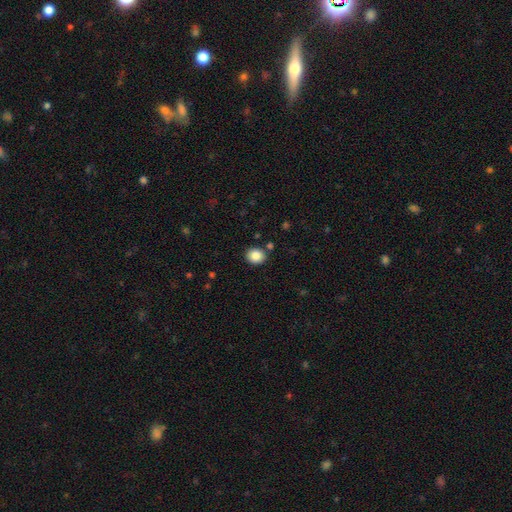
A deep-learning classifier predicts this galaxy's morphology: Q: Smooth or featured?
A: smooth (86%); runner-up: star or artifact (9%)
Q: How rounded?
A: round (71%); runner-up: in between (28%)
Q: Merging?
A: none (87%); runner-up: minor disturbance (7%)